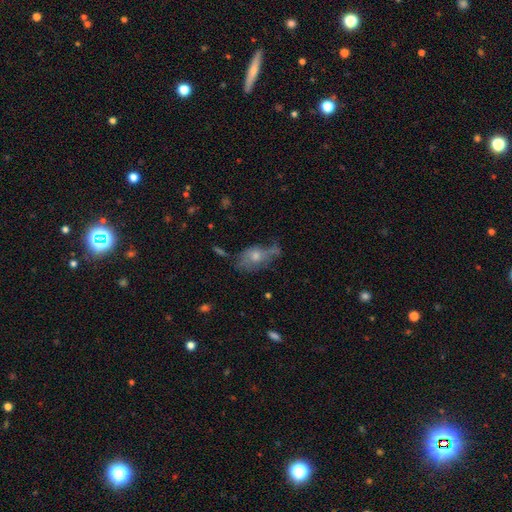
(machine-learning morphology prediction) This appears to be a smooth galaxy with no disk features (44%). Merging: none (41%).